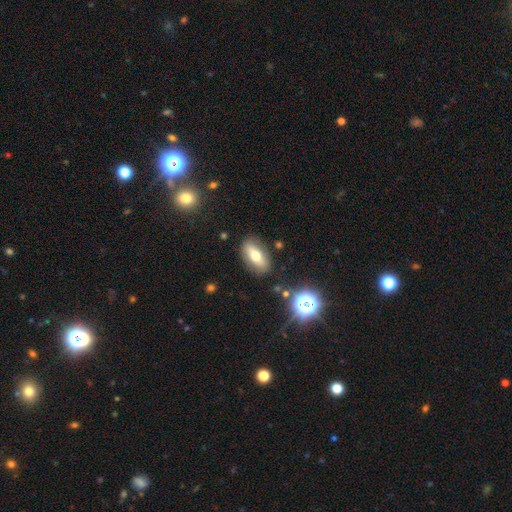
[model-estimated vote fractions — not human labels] A smooth galaxy with no disk features (61%) that is in between round and cigar-shaped (81%). Merging: none (83%).